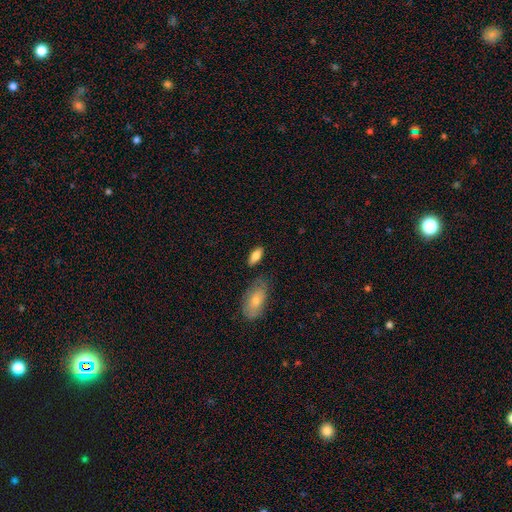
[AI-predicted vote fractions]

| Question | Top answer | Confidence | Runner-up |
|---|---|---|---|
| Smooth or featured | smooth | 81% | featured or disk (13%) |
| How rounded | in between | 84% | cigar-shaped (13%) |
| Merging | none | 77% | minor disturbance (15%) |